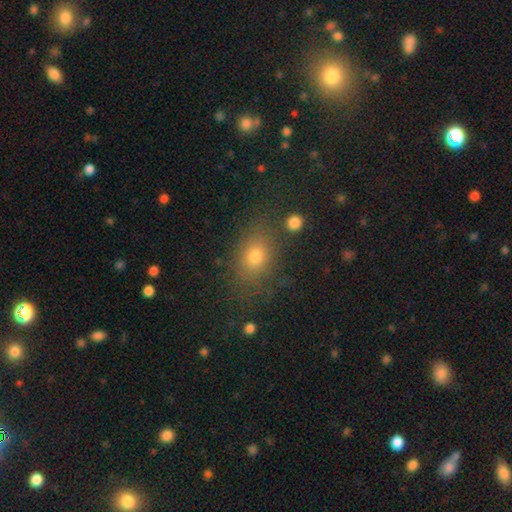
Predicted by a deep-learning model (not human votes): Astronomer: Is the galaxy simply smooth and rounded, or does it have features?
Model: smooth — 73%.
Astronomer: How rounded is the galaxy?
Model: in between — 67%.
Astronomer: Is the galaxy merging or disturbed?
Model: none — 76%.